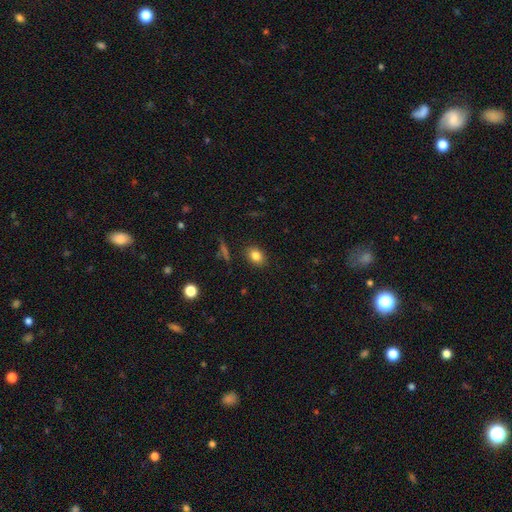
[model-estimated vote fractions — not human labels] Q: Smooth or featured?
A: smooth (82%); runner-up: star or artifact (10%)
Q: How rounded?
A: in between (69%); runner-up: round (30%)
Q: Merging?
A: none (87%); runner-up: minor disturbance (9%)